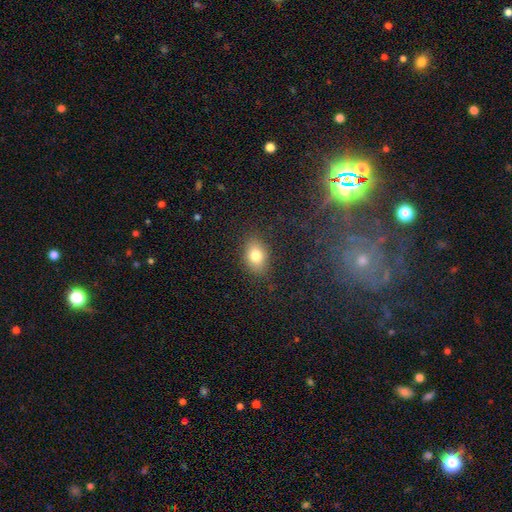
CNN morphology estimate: This is likely a smooth galaxy (79%). How rounded: likely in between (77%). Merging: clearly none (86%).